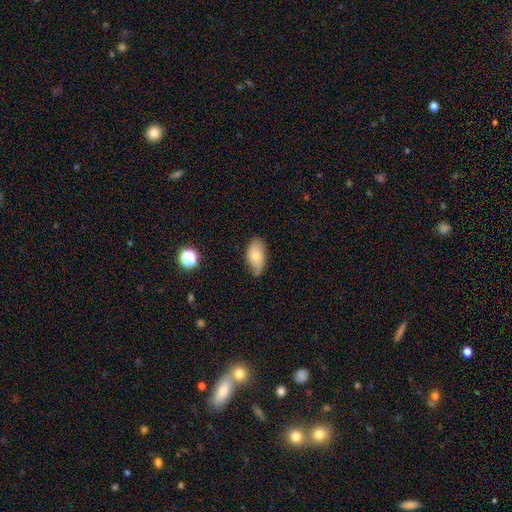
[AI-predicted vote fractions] smooth_or_featured: smooth (p=0.73) [alt: featured or disk p=0.19]
how_rounded: in between (p=0.92) [alt: round p=0.05]
merging: none (p=0.59) [alt: minor disturbance p=0.33]